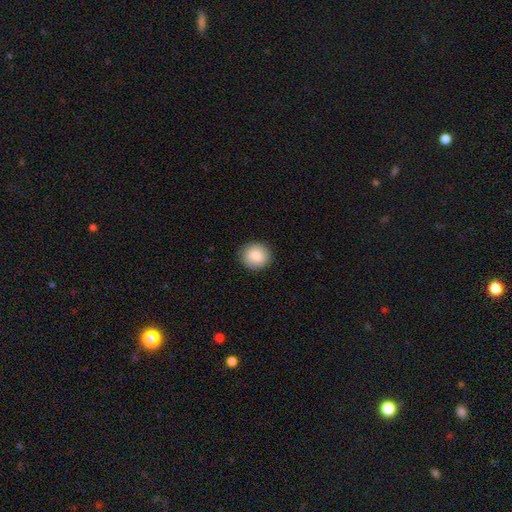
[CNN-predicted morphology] smooth_or_featured: smooth (p=0.87) [alt: star or artifact p=0.07]
how_rounded: round (p=0.82) [alt: in between p=0.17]
merging: none (p=0.89) [alt: minor disturbance p=0.08]